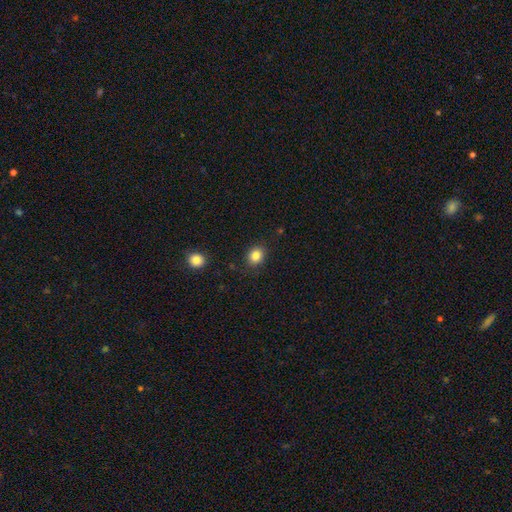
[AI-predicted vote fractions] Q: Smooth or featured?
A: smooth (84%); runner-up: star or artifact (11%)
Q: How rounded?
A: round (66%); runner-up: in between (33%)
Q: Merging?
A: none (87%); runner-up: minor disturbance (9%)